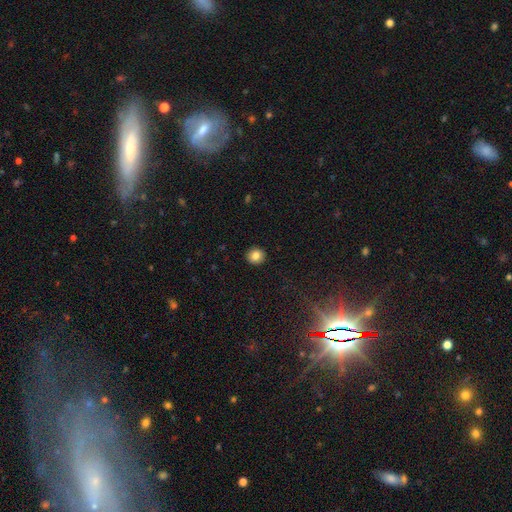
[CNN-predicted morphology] Smooth or featured? Predicted: smooth (p=0.84). How rounded? Predicted: round (p=0.90). Merging? Predicted: none (p=0.92).